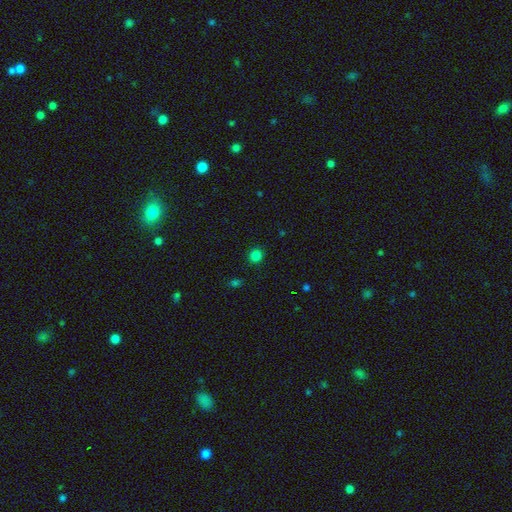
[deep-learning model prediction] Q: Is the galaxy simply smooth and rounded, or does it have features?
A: smooth — 81%.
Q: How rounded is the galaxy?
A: round — 91%.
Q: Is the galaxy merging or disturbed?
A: none — 90%.